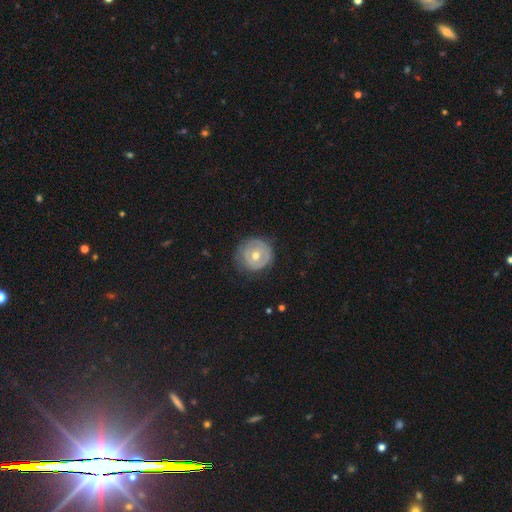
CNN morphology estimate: A featured or disk galaxy (55%) with no bar (79%), no spiral arms (61%) and a moderate central bulge (70%).

Vote fractions:
- Smooth or featured? featured or disk: 55% / smooth: 38% / star or artifact: 7%
- Edge-on disk? no: 96% / yes: 4%
- Bar? no: 79% / weak: 16% / strong: 5%
- Spiral arms? no: 61% / yes: 39%
- Bulge size? moderate: 70% / small: 26% / large: 2% / none: 1% / dominant: 1%
- Merging? none: 77% / minor disturbance: 17% / major disturbance: 5% / merger: 1%